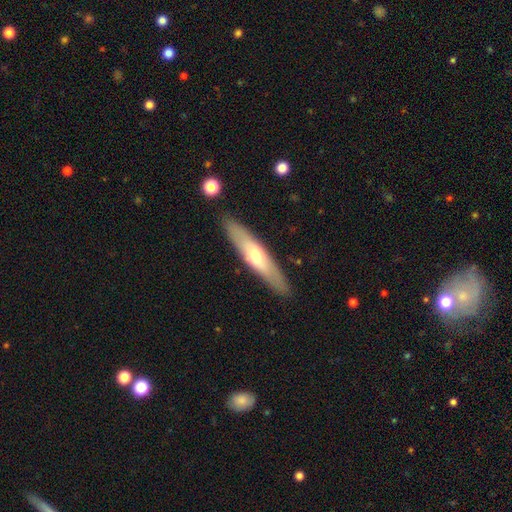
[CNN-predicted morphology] smooth-or-featured: smooth: 49% | featured or disk: 46% | star or artifact: 6%
  merging: none: 88% | minor disturbance: 9% | major disturbance: 2% | merger: 1%